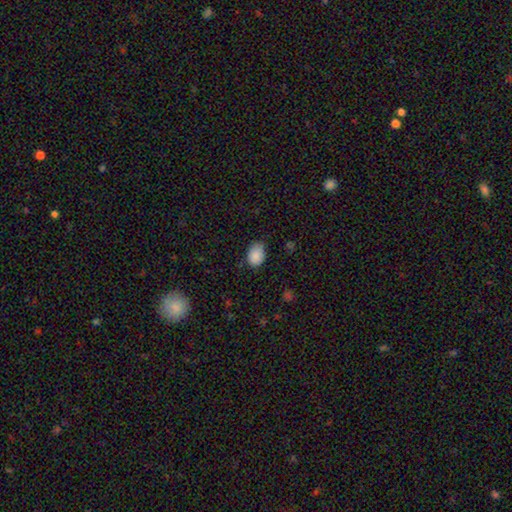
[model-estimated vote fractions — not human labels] This appears to be a smooth galaxy with no disk features (88%) that is in between round and cigar-shaped (79%). Merging: none (66%).